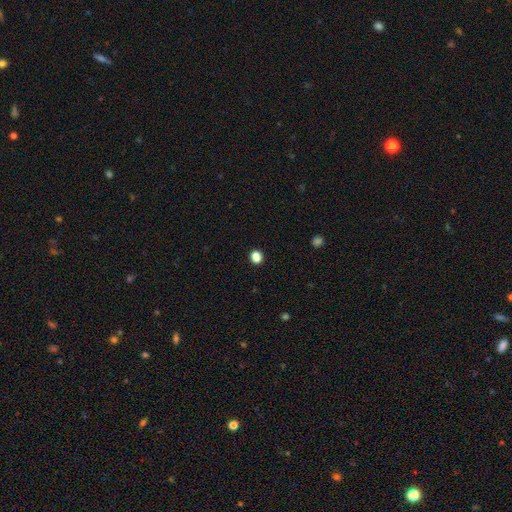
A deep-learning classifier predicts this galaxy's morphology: Smooth or featured: smooth — 81% (star or artifact — 15%)
How rounded: round — 68% (in between — 31%)
Merging: none — 89% (minor disturbance — 6%)